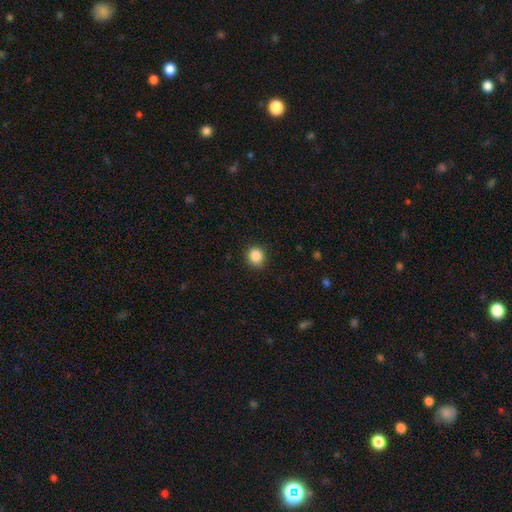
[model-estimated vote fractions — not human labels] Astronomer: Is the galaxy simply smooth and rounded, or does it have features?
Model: smooth — 87%.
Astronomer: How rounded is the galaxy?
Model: round — 87%.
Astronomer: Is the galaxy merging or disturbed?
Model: none — 90%.